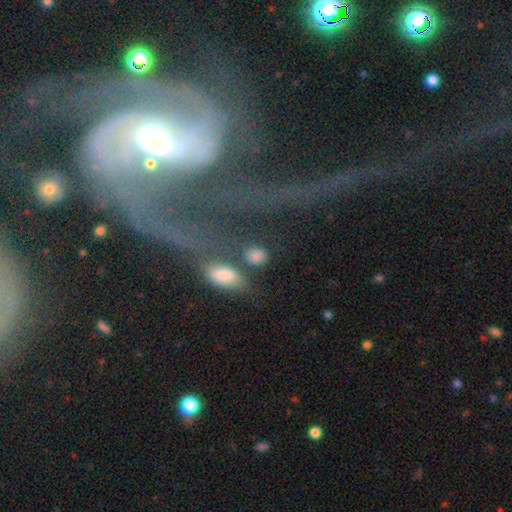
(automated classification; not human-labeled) smooth 83%, star or artifact 10%, featured or disk 7%. Down the decision tree: how rounded — round (50%); merging — none (68%).